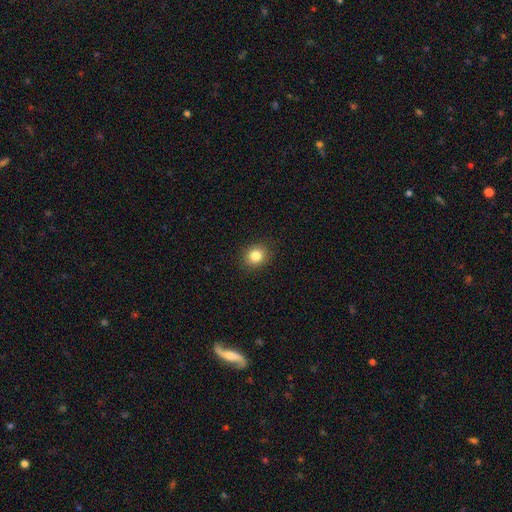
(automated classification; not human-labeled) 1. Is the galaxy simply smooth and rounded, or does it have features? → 83% smooth, 11% star or artifact, 6% featured or disk.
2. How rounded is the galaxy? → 69% round, 30% in between, 1% cigar-shaped.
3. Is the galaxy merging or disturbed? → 90% none, 7% minor disturbance, 2% major disturbance, 1% merger.